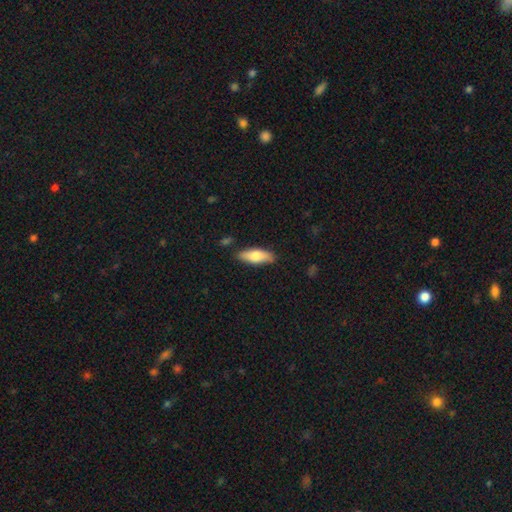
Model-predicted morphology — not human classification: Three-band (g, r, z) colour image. It shows a smooth galaxy with no disk features (68%) that is in between round and cigar-shaped (62%). Merging: none (85%).